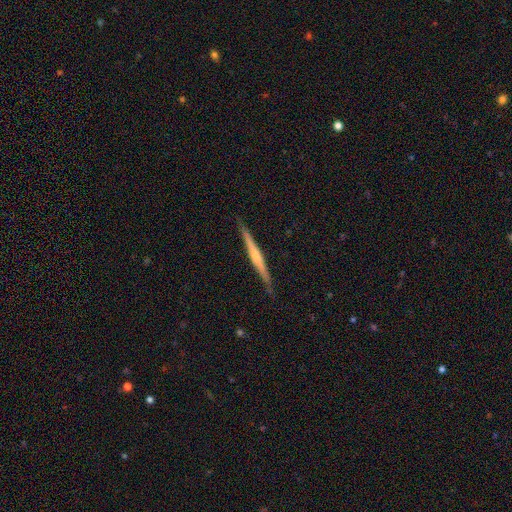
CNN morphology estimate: smooth_or_featured: featured or disk (p=0.69) [alt: smooth p=0.25]
disk_edge_on: yes (p=0.98) [alt: no p=0.02]
edge_on_bulge: rounded (p=0.67) [alt: none p=0.23]
merging: none (p=0.89) [alt: minor disturbance p=0.09]